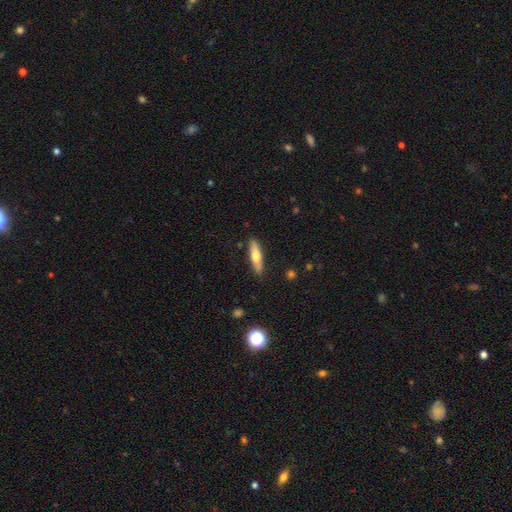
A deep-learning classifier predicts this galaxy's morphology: This appears to be a smooth galaxy with no disk features (61%) that is cigar-shaped (75%). Merging: none (87%).